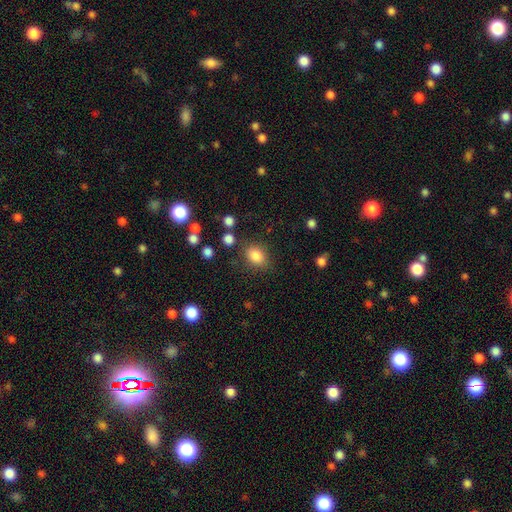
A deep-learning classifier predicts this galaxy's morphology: smooth-or-featured: smooth: 83% | star or artifact: 10% | featured or disk: 6%
  how-rounded: in between: 68% | round: 31% | cigar-shaped: 1%
  merging: none: 79% | minor disturbance: 13% | major disturbance: 4% | merger: 4%